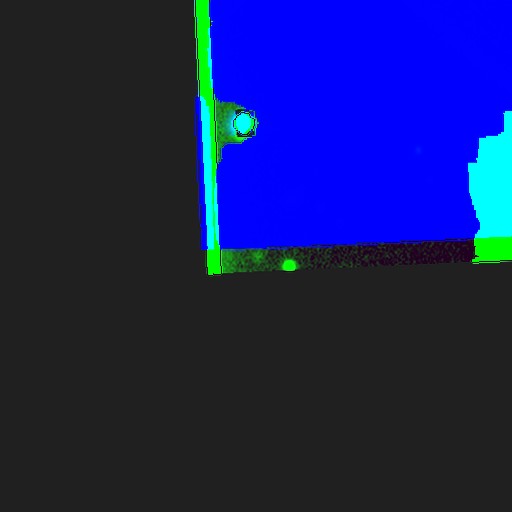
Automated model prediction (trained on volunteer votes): Overall: star or artifact (74%).